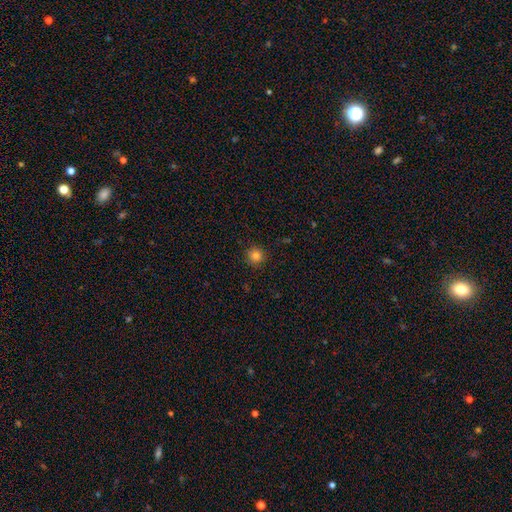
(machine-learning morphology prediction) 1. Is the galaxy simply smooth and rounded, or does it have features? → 82% smooth, 13% star or artifact, 5% featured or disk.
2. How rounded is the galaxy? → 95% round, 4% in between, 1% cigar-shaped.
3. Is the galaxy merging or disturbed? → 91% none, 6% minor disturbance, 2% major disturbance, 1% merger.